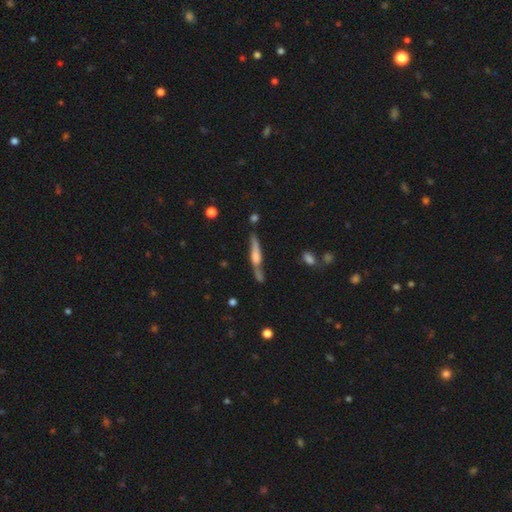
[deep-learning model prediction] Smooth or featured? featured or disk (63%)
Edge-on disk? yes (84%)
Edge-on bulge? rounded (59%)
Merging? none (57%)